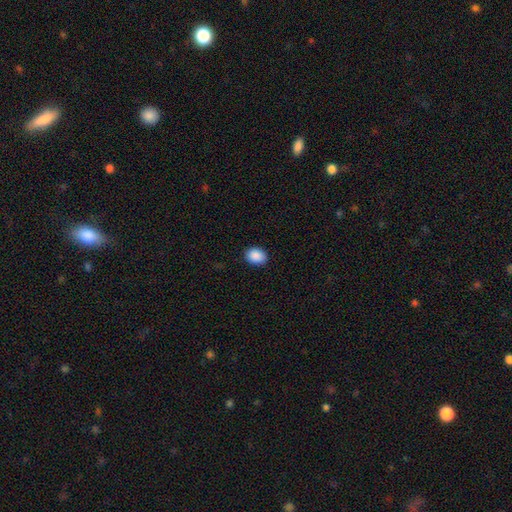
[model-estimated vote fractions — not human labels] A smooth galaxy with no disk features (91%) that is in between round and cigar-shaped (69%). Merging: none (89%).